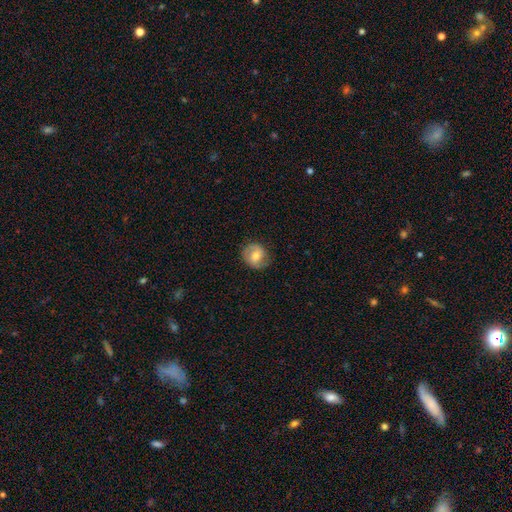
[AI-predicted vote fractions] A smooth galaxy with no disk features (52%) that is round (75%). Merging: none (78%).